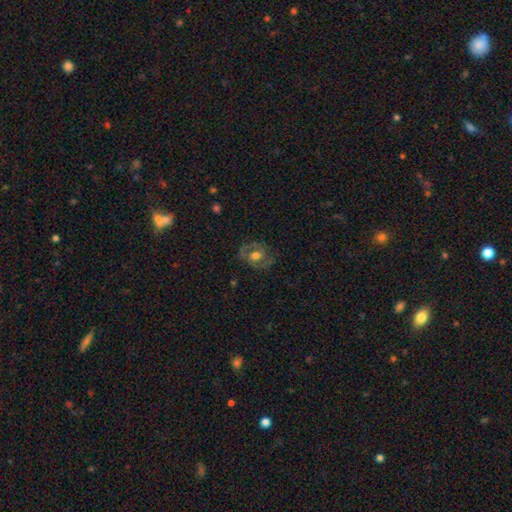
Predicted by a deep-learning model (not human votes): A featured or disk galaxy (57%) with no bar (62%), spiral arms (57%) and a moderate central bulge (67%).

Vote fractions:
- Smooth or featured? featured or disk: 57% / smooth: 35% / star or artifact: 8%
- Edge-on disk? no: 95% / yes: 5%
- Bar? no: 62% / weak: 30% / strong: 8%
- Spiral arms? yes: 57% / no: 43%
- Bulge size? moderate: 67% / large: 20% / small: 10% / none: 2% / dominant: 1%
- Merging? none: 73% / minor disturbance: 17% / major disturbance: 9% / merger: 1%